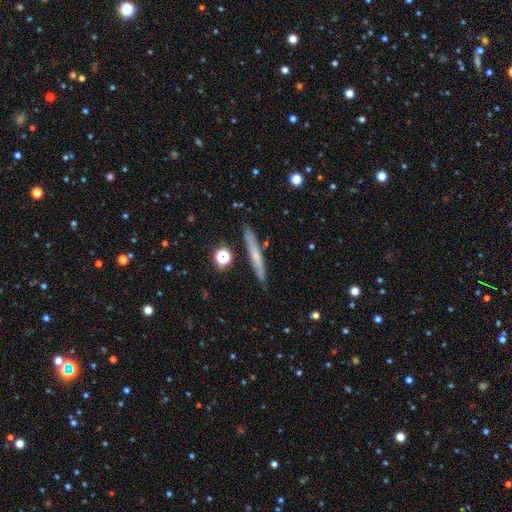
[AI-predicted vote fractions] smooth 46% (tied), featured or disk 46% (tied), star or artifact 8%. Down the decision tree: merging — none (86%).